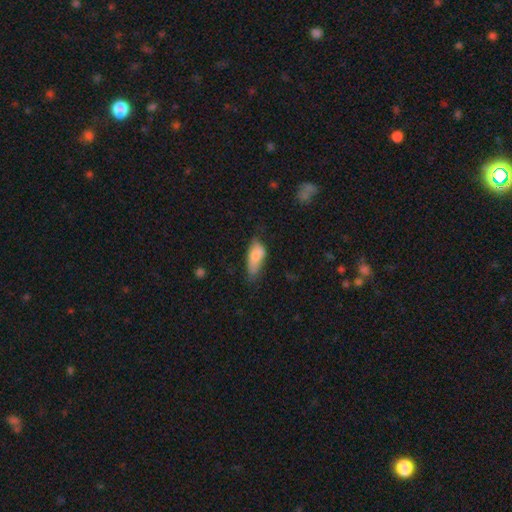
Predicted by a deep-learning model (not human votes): This appears to be a smooth galaxy with no disk features (77%) that is in between round and cigar-shaped (82%). Merging: none (41%).